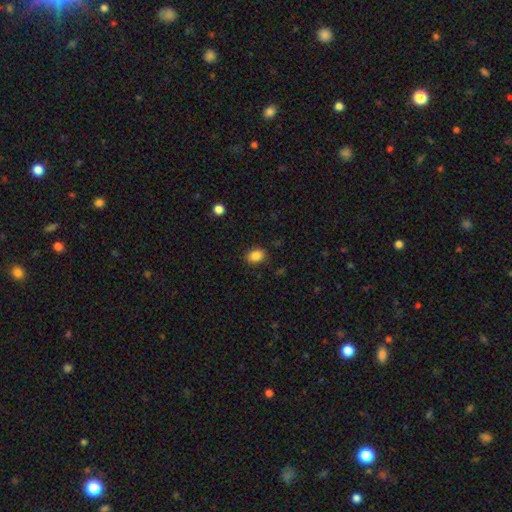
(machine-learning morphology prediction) Smooth or featured: smooth — 86% (star or artifact — 10%)
How rounded: in between — 68% (round — 31%)
Merging: none — 86% (minor disturbance — 10%)